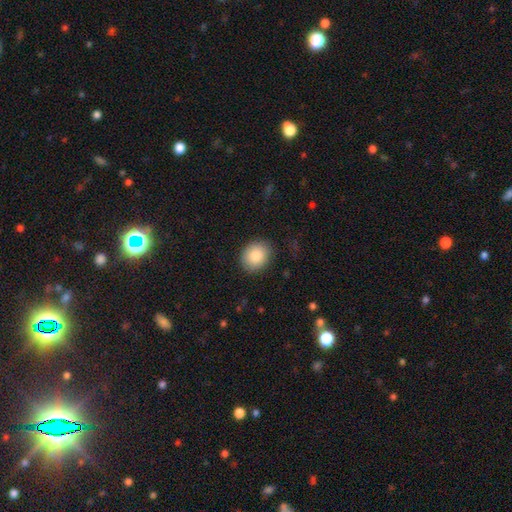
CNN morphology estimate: A smooth galaxy with no disk features (87%) that is round (62%).

Vote fractions:
- Smooth or featured? smooth: 87% / star or artifact: 7% / featured or disk: 6%
- How rounded? round: 62% / in between: 38% / cigar-shaped: 1%
- Merging? none: 86% / minor disturbance: 10% / major disturbance: 3% / merger: 1%